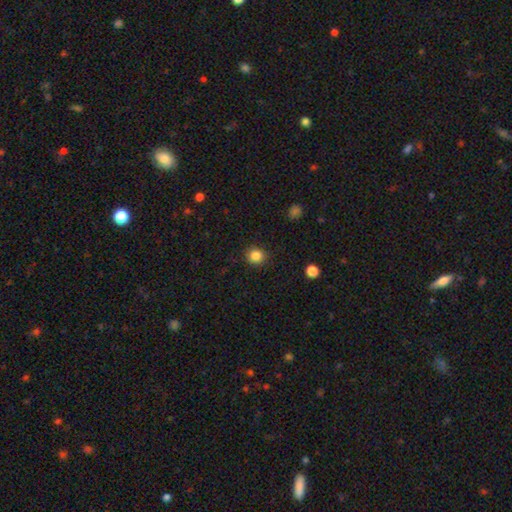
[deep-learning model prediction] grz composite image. It shows a smooth galaxy with no disk features (85%) that is round (88%). Merging: none (90%).